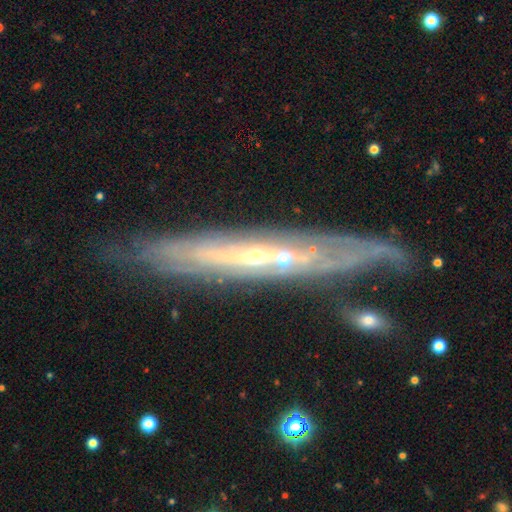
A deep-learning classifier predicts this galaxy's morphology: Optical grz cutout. It shows a featured or disk galaxy (80%) viewed edge-on (69%) with a rounded central bulge (51%). Merging: none (72%).